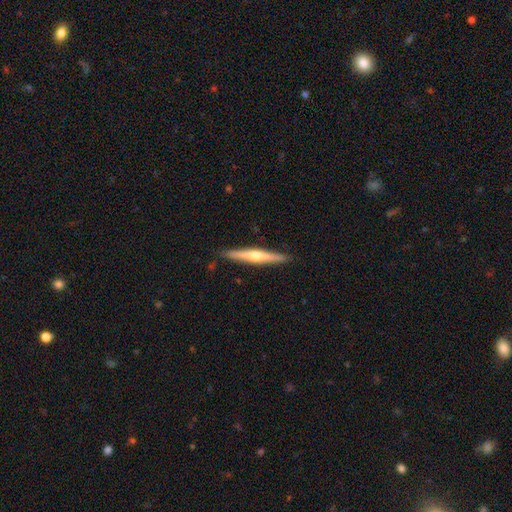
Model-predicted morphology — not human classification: A featured or disk galaxy (67%) viewed edge-on (97%) with a rounded central bulge (90%).

Vote fractions:
- Smooth or featured? featured or disk: 67% / smooth: 28% / star or artifact: 5%
- Edge-on disk? yes: 97% / no: 3%
- Edge-on bulge? rounded: 90% / none: 7% / boxy: 3%
- Merging? none: 90% / minor disturbance: 7% / major disturbance: 1% / merger: 1%